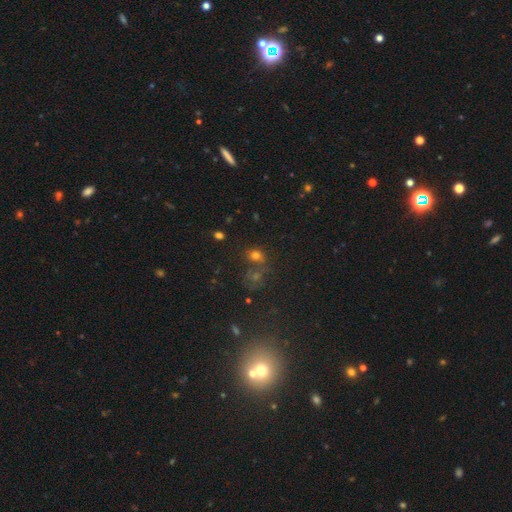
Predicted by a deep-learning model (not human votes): smooth 68%, star or artifact 23%, featured or disk 9%. Down the decision tree: how rounded — round (58%); merging — none (55%).